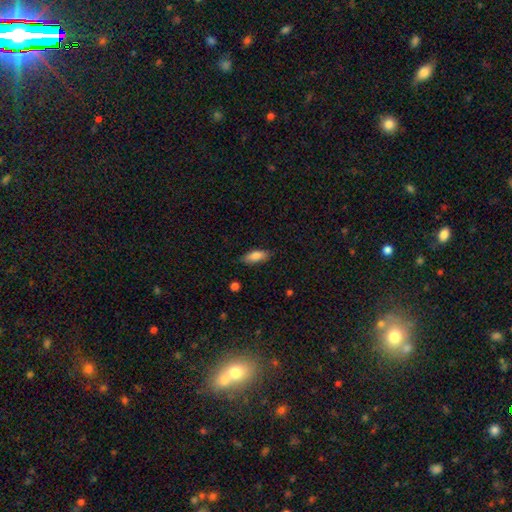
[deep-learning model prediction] The model was most divided on "how rounded": in between: 73%, cigar-shaped: 24%, round: 2%. More confident: smooth or featured — smooth (82%); merging — none (82%).